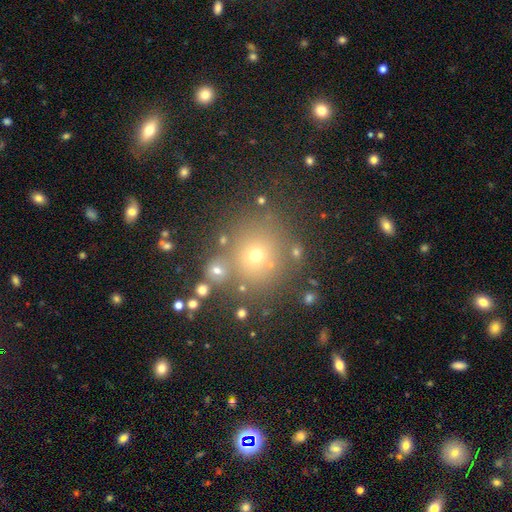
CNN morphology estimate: Smooth or featured?
  - smooth: 56% *
  - star or artifact: 32%
  - featured or disk: 12%
How rounded?
  - round: 89% *
  - in between: 10%
  - cigar-shaped: 1%
Merging?
  - none: 78% *
  - merger: 9%
  - minor disturbance: 9%
  - major disturbance: 4%